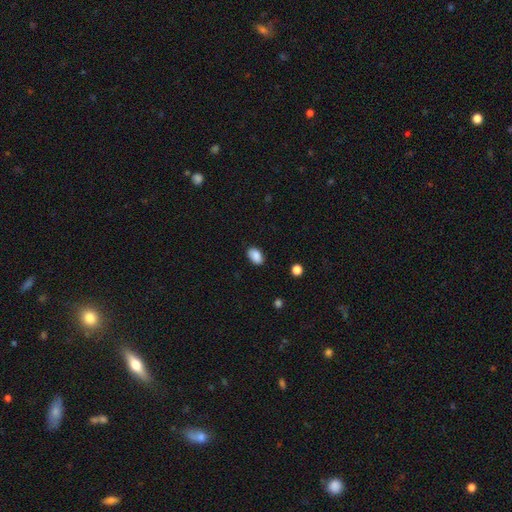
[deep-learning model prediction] smooth_or_featured: smooth (p=0.88) [alt: star or artifact p=0.07]
how_rounded: in between (p=0.90) [alt: round p=0.09]
merging: none (p=0.85) [alt: minor disturbance p=0.11]